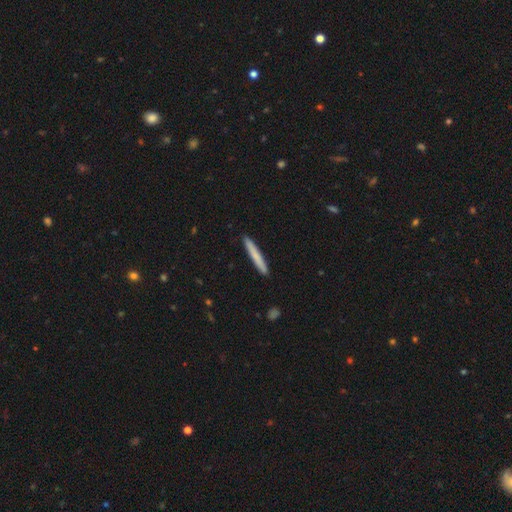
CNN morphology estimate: smooth-or-featured: smooth: 74% | featured or disk: 20% | star or artifact: 5%
  how-rounded: cigar-shaped: 97% | in between: 2% | round: 1%
  merging: none: 93% | minor disturbance: 5% | major disturbance: 1% | merger: 1%